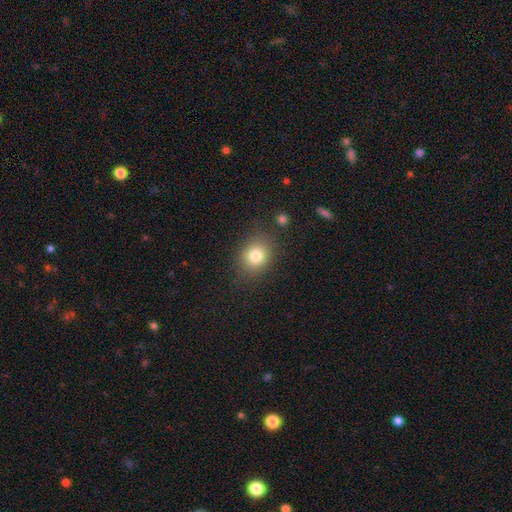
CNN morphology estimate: smooth_or_featured: smooth (p=0.79) [alt: star or artifact p=0.12]
how_rounded: round (p=0.62) [alt: in between p=0.37]
merging: none (p=0.82) [alt: minor disturbance p=0.12]